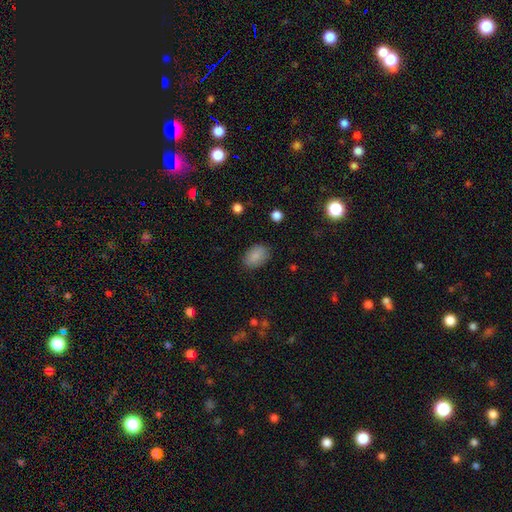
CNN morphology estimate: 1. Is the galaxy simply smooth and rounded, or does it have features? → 87% smooth, 8% star or artifact, 5% featured or disk.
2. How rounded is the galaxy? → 85% in between, 14% round, 1% cigar-shaped.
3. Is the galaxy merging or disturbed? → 84% none, 12% minor disturbance, 3% major disturbance, 1% merger.